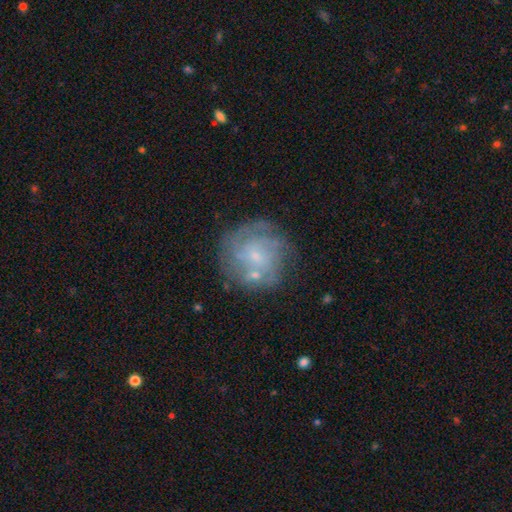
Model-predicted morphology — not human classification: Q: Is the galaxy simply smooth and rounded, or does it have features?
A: featured or disk — 66%.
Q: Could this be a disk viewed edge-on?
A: no — 98%.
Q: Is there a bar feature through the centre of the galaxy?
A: no — 71%.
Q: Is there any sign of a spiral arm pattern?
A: yes — 79%.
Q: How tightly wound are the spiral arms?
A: tight — 59%.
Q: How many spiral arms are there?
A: can't tell — 47%.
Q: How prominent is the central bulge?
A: small — 71%.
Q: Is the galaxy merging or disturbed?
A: none — 68%.